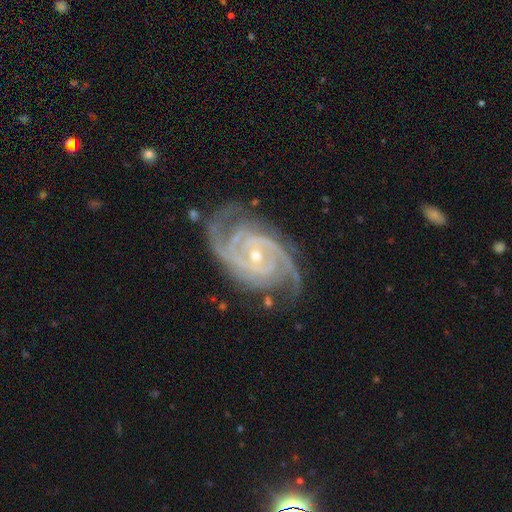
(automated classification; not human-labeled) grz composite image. It shows a featured or disk galaxy (93%) with no bar (55%), 2 (39%) tight (68%) spiral arms (99%) and a small central bulge (59%). Merging: none (71%).